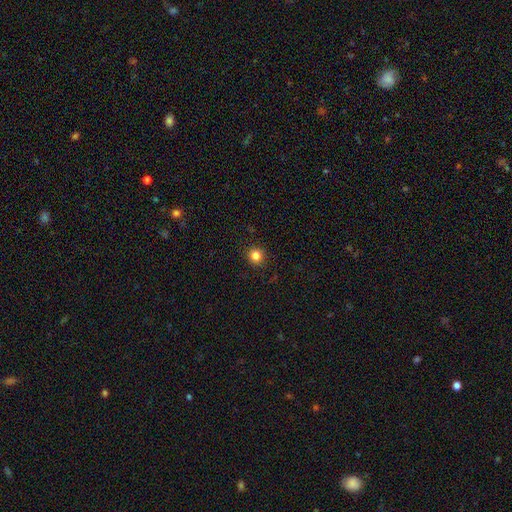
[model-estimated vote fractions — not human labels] Overall: smooth (83%). How rounded: round (94%). Merging: none (91%).